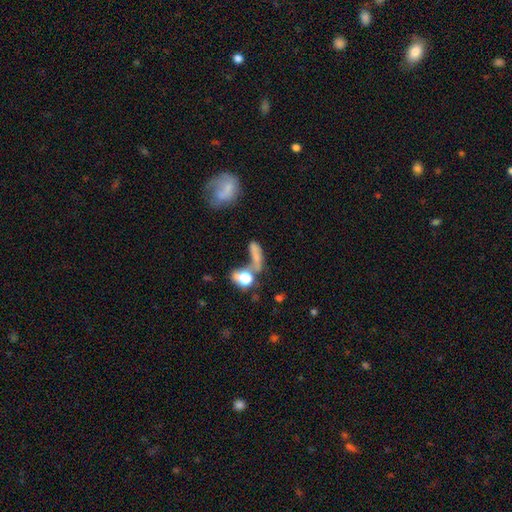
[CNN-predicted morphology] type=smooth (58%); roundness=in between (50%); merging=merger (41%).